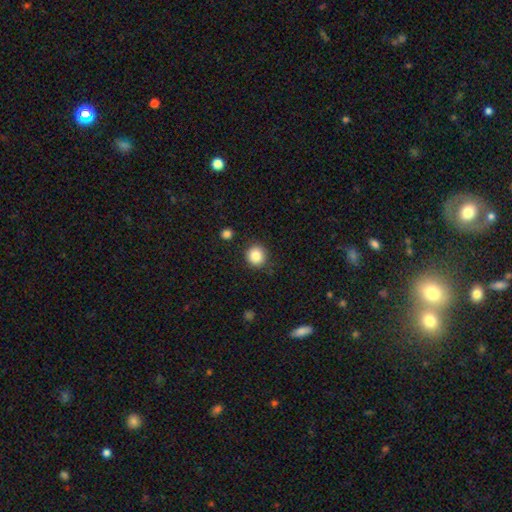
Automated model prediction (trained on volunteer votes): smooth_or_featured: smooth (p=0.85) [alt: star or artifact p=0.09]
how_rounded: round (p=0.91) [alt: in between p=0.08]
merging: none (p=0.88) [alt: minor disturbance p=0.08]